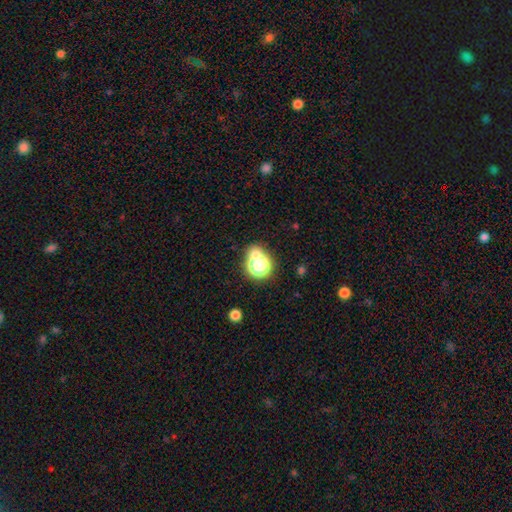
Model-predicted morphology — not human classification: Smooth or featured: smooth — 55% (star or artifact — 35%)
How rounded: round — 77% (in between — 22%)
Merging: none — 57% (merger — 28%)